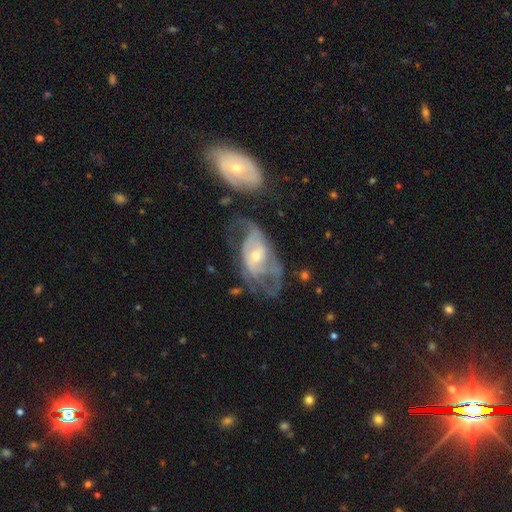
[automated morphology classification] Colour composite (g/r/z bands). It shows a featured or disk galaxy (76%) with no bar (59%), 2 (44%) medium (39%) spiral arms (78%) and a small central bulge (55%). Merging: major disturbance (40%).